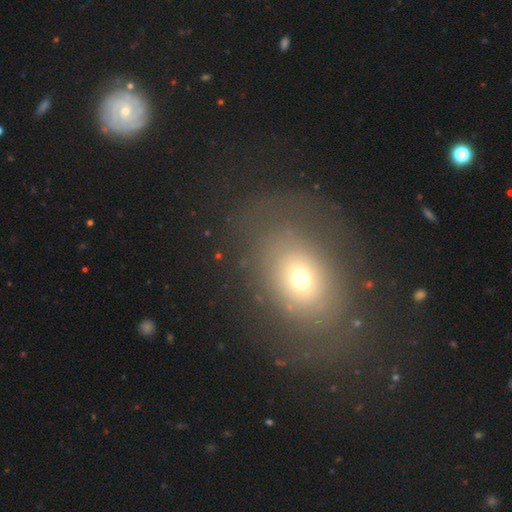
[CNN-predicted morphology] Smooth or featured? smooth (54%)
How rounded? in between (63%)
Merging? none (71%)